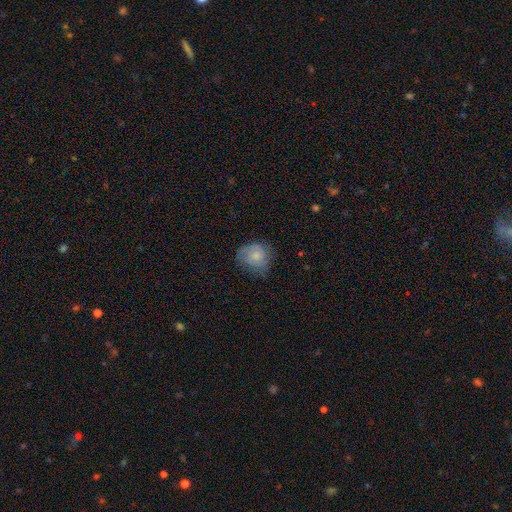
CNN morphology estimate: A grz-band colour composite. It shows a smooth galaxy with no disk features (74%) that is round (69%). Merging: none (54%).